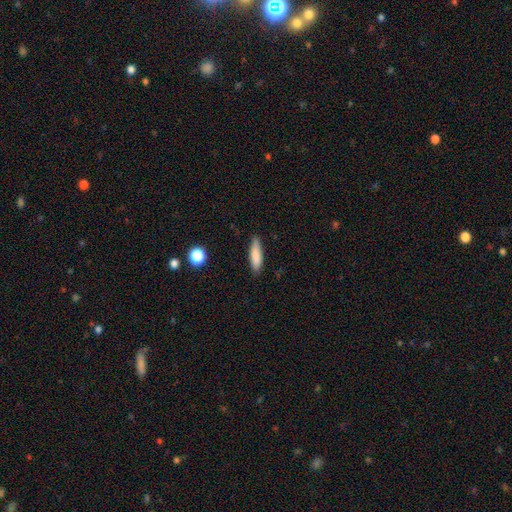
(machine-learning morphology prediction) Overall: smooth (82%). How rounded: cigar-shaped (64%; in between 34%). Merging: none (83%).